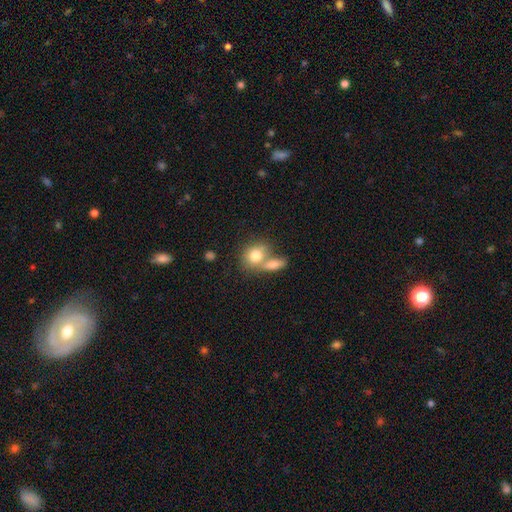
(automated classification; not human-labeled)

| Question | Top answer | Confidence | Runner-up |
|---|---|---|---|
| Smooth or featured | smooth | 78% | featured or disk (15%) |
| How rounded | round | 55% | in between (43%) |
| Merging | merger | 50% | none (36%) |